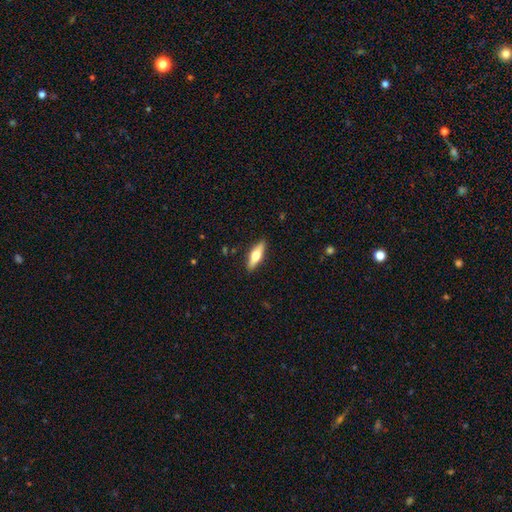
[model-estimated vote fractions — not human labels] This appears to be a smooth galaxy with no disk features (50%). Merging: none (89%).